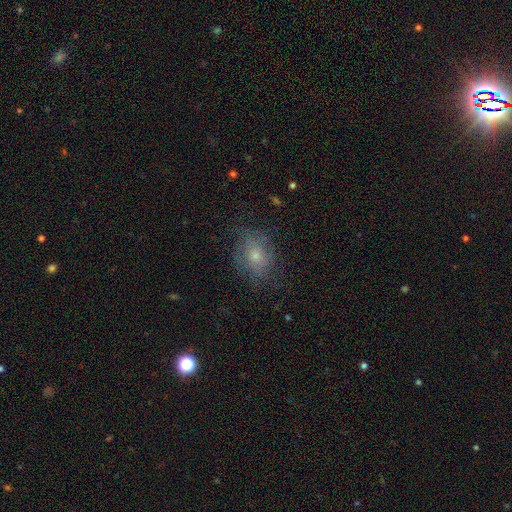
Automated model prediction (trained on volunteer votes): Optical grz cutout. It shows a smooth galaxy with no disk features (54%) that is in between round and cigar-shaped (51%). Merging: none (65%).